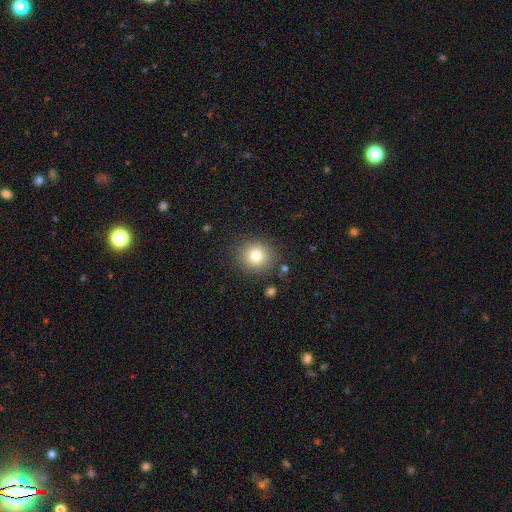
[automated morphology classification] smooth-or-featured: smooth: 80% | star or artifact: 12% | featured or disk: 8%
  how-rounded: round: 88% | in between: 12% | cigar-shaped: 1%
  merging: none: 87% | minor disturbance: 8% | major disturbance: 3% | merger: 2%